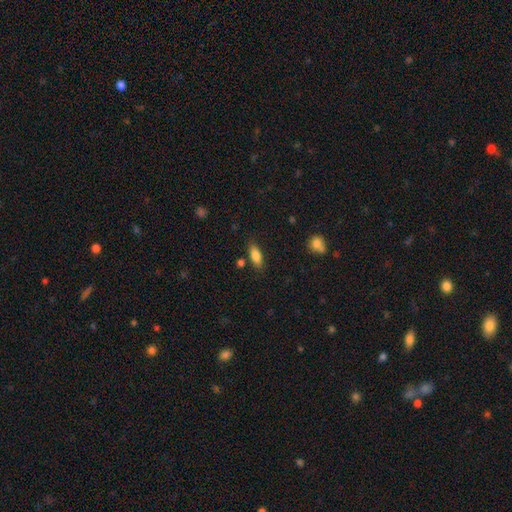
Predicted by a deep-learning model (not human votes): This appears to be a smooth galaxy with no disk features (83%) that is in between round and cigar-shaped (76%). Merging: none (81%).